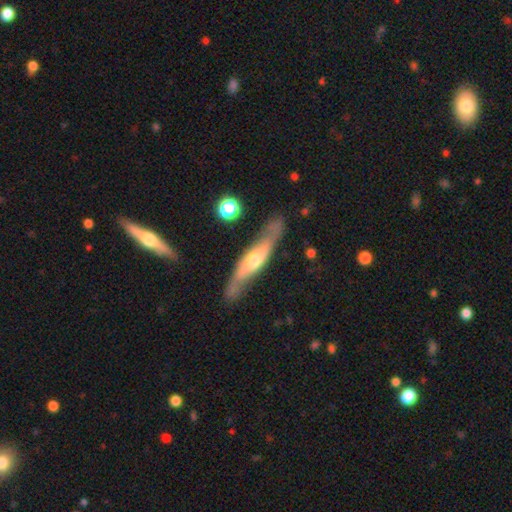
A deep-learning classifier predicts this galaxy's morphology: type=featured or disk (66%); edge-on=yes (65%); merging=none (76%).